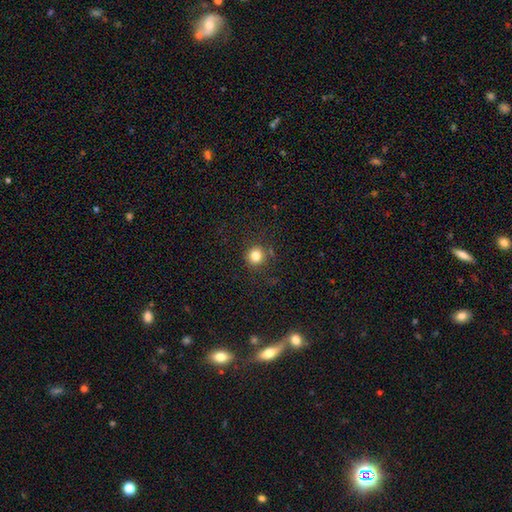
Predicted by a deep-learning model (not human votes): Smooth or featured? smooth (81%)
How rounded? round (93%)
Merging? none (86%)